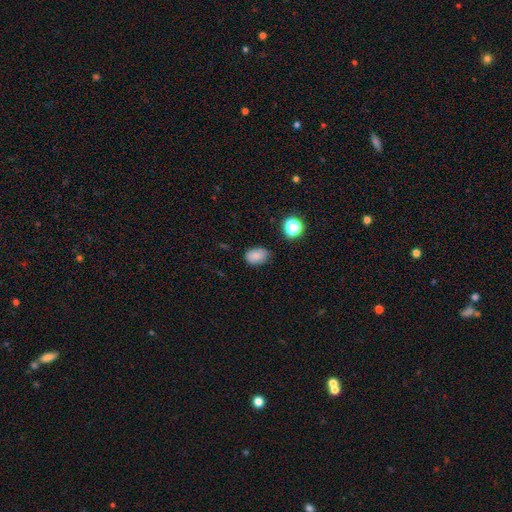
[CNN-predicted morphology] smooth_or_featured: smooth (p=0.81) [alt: star or artifact p=0.12]
how_rounded: in between (p=0.78) [alt: round p=0.21]
merging: none (p=0.76) [alt: minor disturbance p=0.18]